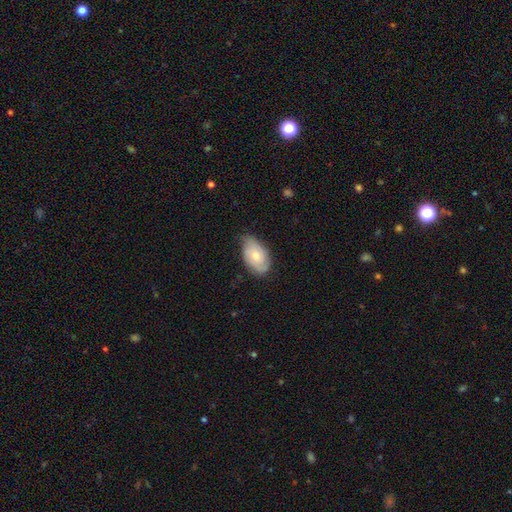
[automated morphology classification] Q: Smooth or featured?
A: smooth (53%); runner-up: featured or disk (41%)
Q: How rounded?
A: in between (91%); runner-up: round (7%)
Q: Merging?
A: none (63%); runner-up: minor disturbance (31%)